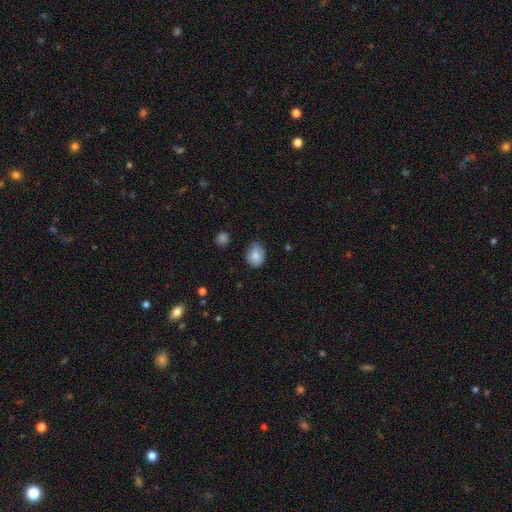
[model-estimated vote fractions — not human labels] smooth_or_featured: smooth (p=0.82) [alt: featured or disk p=0.09]
how_rounded: in between (p=0.55) [alt: round p=0.44]
merging: none (p=0.69) [alt: minor disturbance p=0.25]